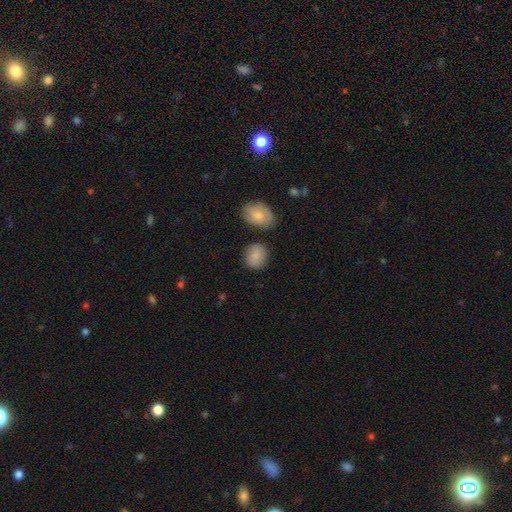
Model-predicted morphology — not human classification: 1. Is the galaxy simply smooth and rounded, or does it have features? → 84% smooth, 9% featured or disk, 8% star or artifact.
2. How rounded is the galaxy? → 72% round, 27% in between, 1% cigar-shaped.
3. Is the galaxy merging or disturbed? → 75% none, 14% minor disturbance, 8% merger, 4% major disturbance.